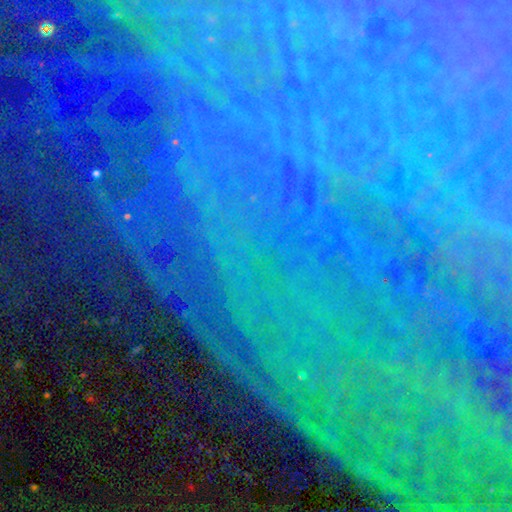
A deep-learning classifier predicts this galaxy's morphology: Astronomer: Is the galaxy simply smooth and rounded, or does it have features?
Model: star or artifact — 82%.